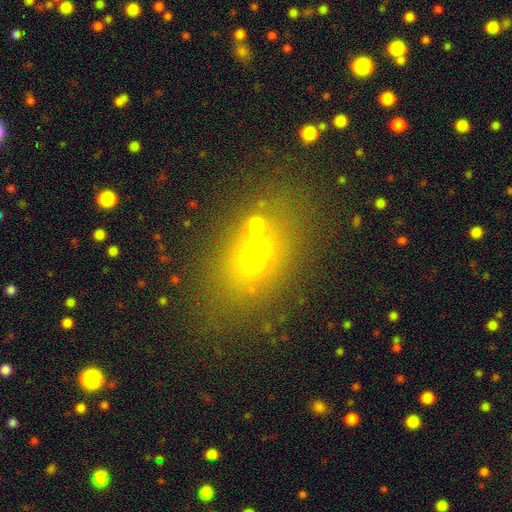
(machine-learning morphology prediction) Smooth or featured? smooth (57%)
How rounded? in between (64%)
Merging? none (57%)